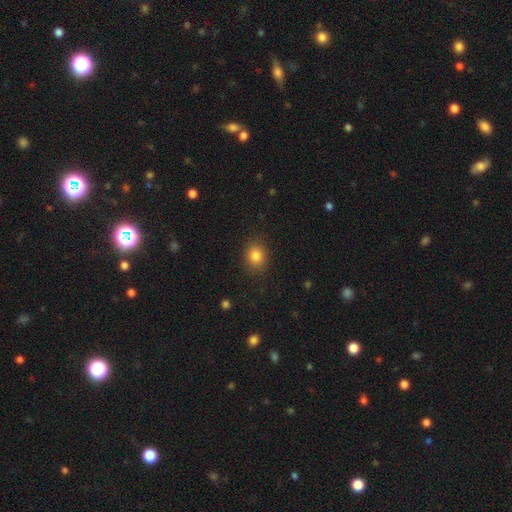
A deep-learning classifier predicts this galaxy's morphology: smooth-or-featured: smooth: 83% | star or artifact: 11% | featured or disk: 6%
  how-rounded: round: 61% | in between: 38% | cigar-shaped: 1%
  merging: none: 87% | minor disturbance: 9% | major disturbance: 3% | merger: 1%